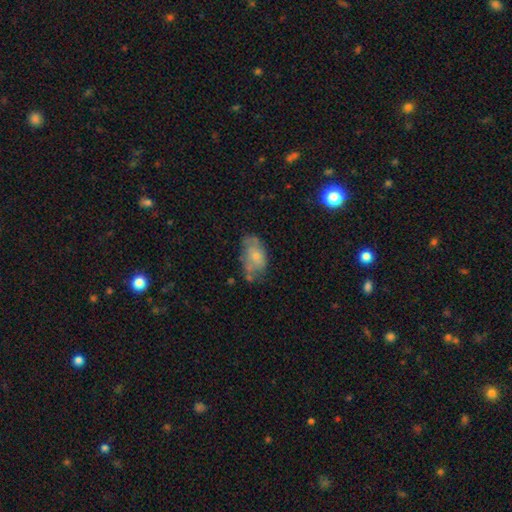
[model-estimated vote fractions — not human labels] A smooth galaxy with no disk features (54%) that is in between round and cigar-shaped (91%).

Vote fractions:
- Smooth or featured? smooth: 54% / featured or disk: 38% / star or artifact: 8%
- How rounded? in between: 91% / round: 6% / cigar-shaped: 2%
- Merging? none: 43% / minor disturbance: 33% / major disturbance: 16% / merger: 8%